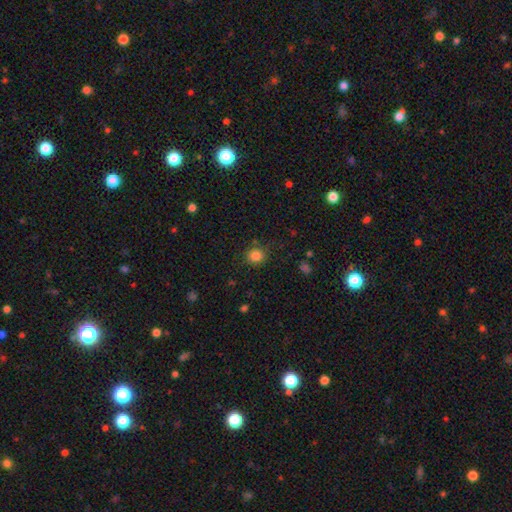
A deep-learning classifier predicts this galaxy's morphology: Smooth or featured?
  - smooth: 84% *
  - star or artifact: 12%
  - featured or disk: 5%
How rounded?
  - round: 84% *
  - in between: 15%
  - cigar-shaped: 1%
Merging?
  - none: 85% *
  - minor disturbance: 10%
  - major disturbance: 3%
  - merger: 2%